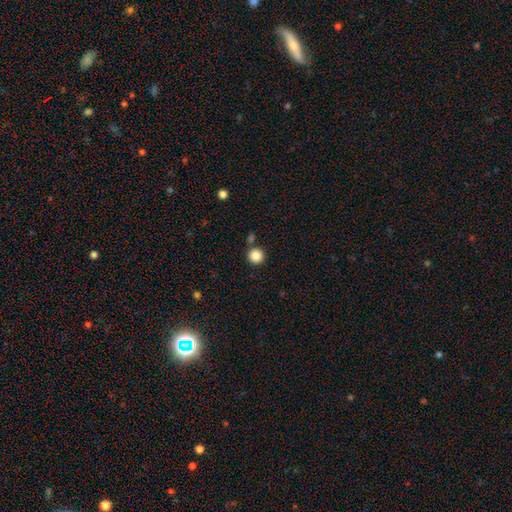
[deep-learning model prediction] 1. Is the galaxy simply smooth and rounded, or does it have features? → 87% smooth, 10% star or artifact, 3% featured or disk.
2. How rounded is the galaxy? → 95% round, 4% in between, 1% cigar-shaped.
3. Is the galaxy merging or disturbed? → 86% none, 6% merger, 6% minor disturbance, 2% major disturbance.